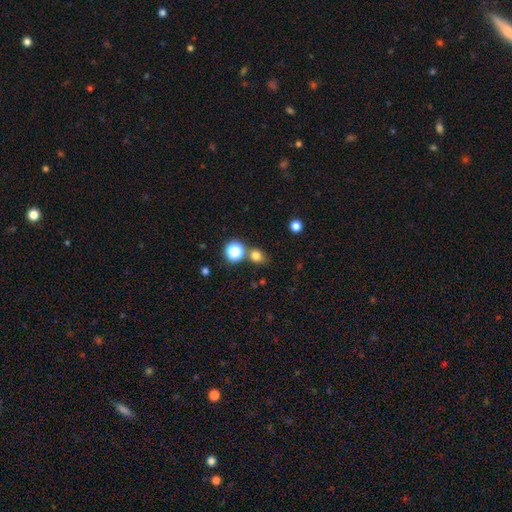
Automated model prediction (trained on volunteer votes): Smooth or featured: smooth — 74% (star or artifact — 19%)
How rounded: round — 67% (in between — 32%)
Merging: none — 67% (merger — 18%)